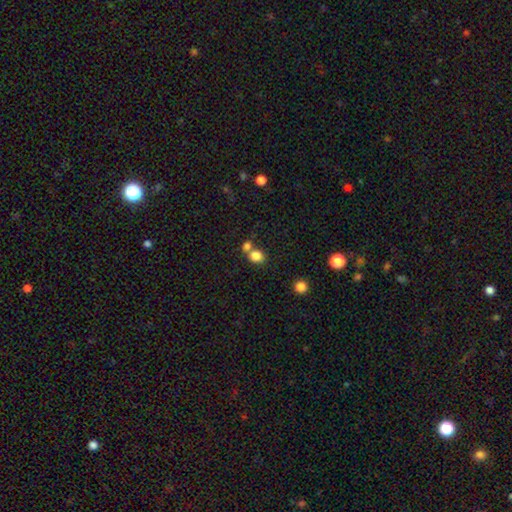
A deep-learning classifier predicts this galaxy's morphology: A smooth galaxy with no disk features (82%) that is round (59%).

Vote fractions:
- Smooth or featured? smooth: 82% / star or artifact: 11% / featured or disk: 7%
- How rounded? round: 59% / in between: 40% / cigar-shaped: 1%
- Merging? none: 48% / merger: 40% / minor disturbance: 8% / major disturbance: 3%